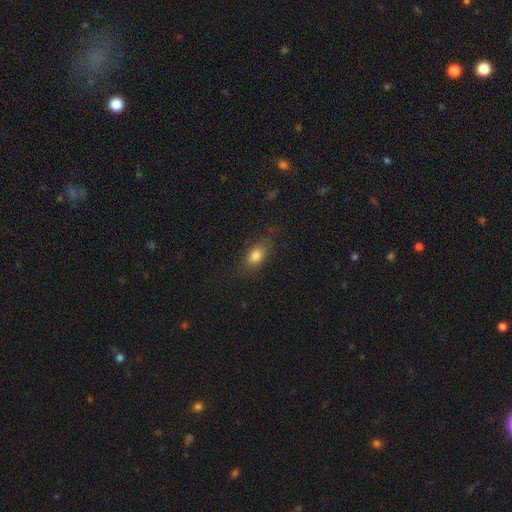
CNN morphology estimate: Smooth or featured?
  - smooth: 81% *
  - star or artifact: 10%
  - featured or disk: 9%
How rounded?
  - in between: 76% *
  - round: 19%
  - cigar-shaped: 5%
Merging?
  - none: 76% *
  - minor disturbance: 17%
  - major disturbance: 6%
  - merger: 1%